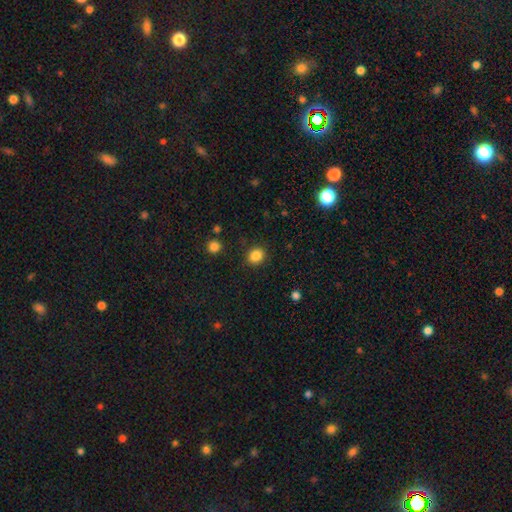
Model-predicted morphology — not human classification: A smooth galaxy with no disk features (85%) that is round (72%).

Vote fractions:
- Smooth or featured? smooth: 85% / star or artifact: 11% / featured or disk: 4%
- How rounded? round: 72% / in between: 27% / cigar-shaped: 1%
- Merging? none: 89% / minor disturbance: 8% / major disturbance: 2% / merger: 2%